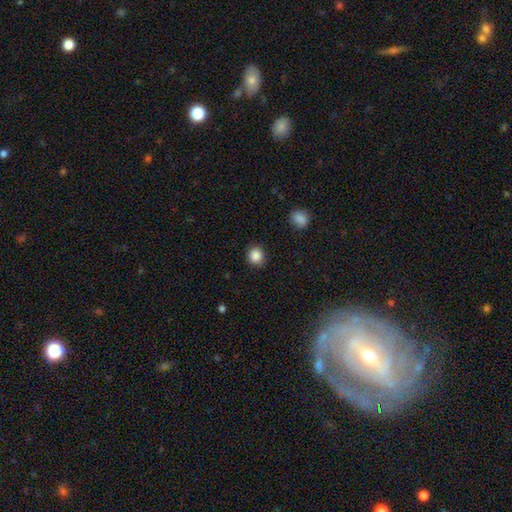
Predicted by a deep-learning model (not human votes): A smooth galaxy with no disk features (87%) that is round (86%). Merging: none (88%).